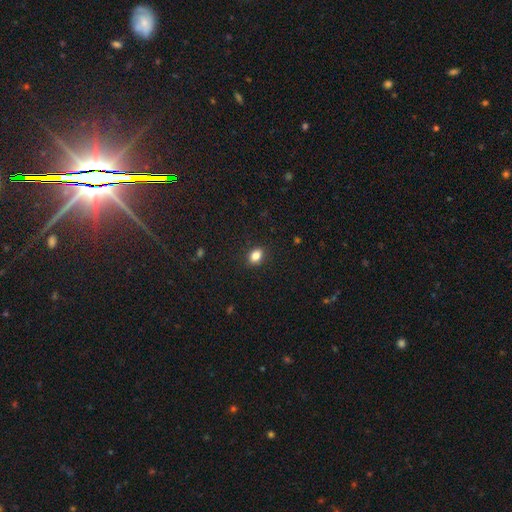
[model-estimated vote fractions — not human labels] smooth-or-featured: smooth: 84% | star or artifact: 10% | featured or disk: 6%
  how-rounded: in between: 73% | round: 25% | cigar-shaped: 2%
  merging: none: 89% | minor disturbance: 8% | major disturbance: 2% | merger: 1%